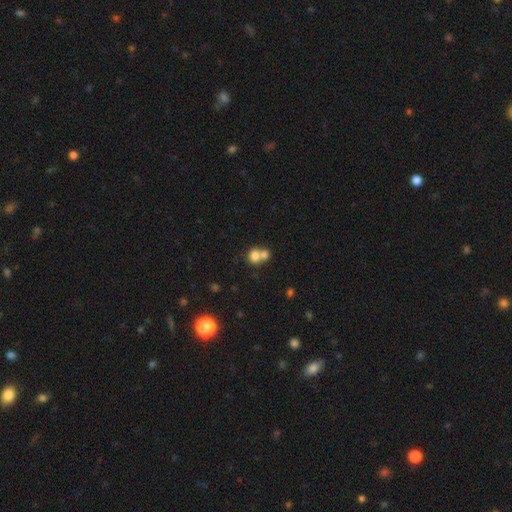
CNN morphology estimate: type=smooth (76%); roundness=round (70%); merging=merger (62%).